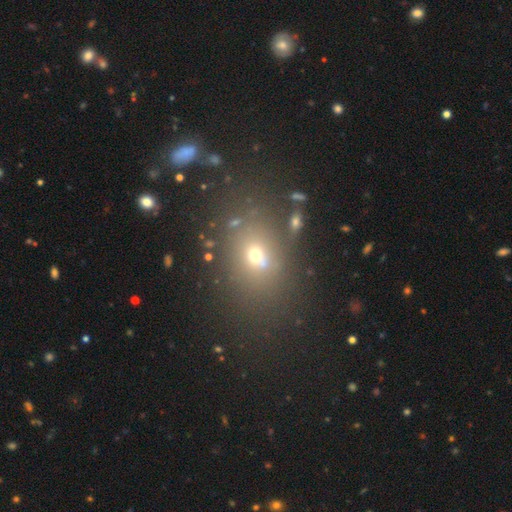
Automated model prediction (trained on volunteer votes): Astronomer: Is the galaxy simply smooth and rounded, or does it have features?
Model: smooth — 61%.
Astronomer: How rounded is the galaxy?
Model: in between — 57% (runner-up: round, 41%).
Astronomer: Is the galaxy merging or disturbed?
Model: none — 72%.